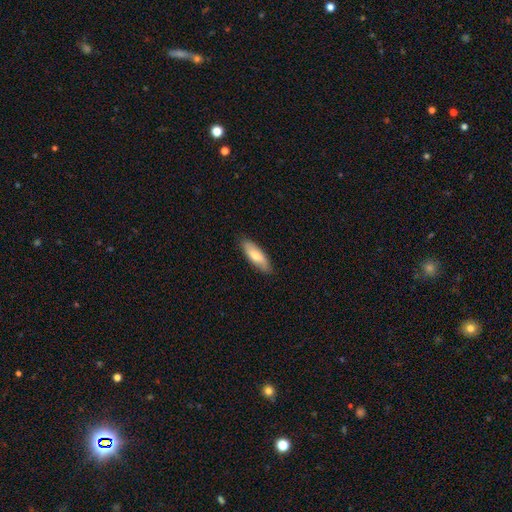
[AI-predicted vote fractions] This appears to be a smooth galaxy with no disk features (74%) that is in between round and cigar-shaped (62%). Merging: none (87%).